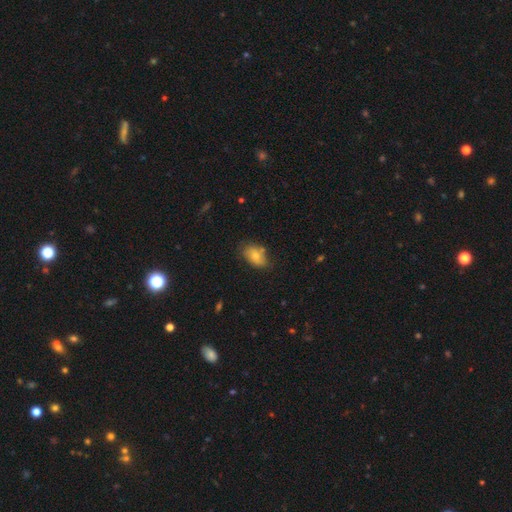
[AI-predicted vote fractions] Smooth or featured? smooth (72%)
How rounded? in between (87%)
Merging? none (63%)